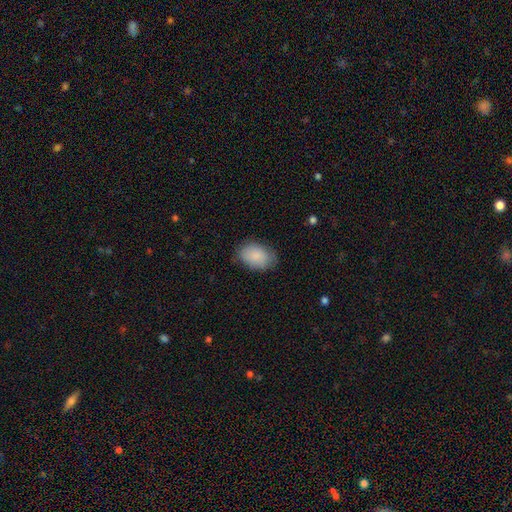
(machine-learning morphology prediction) type=smooth (88%); roundness=in between (88%); merging=none (78%).